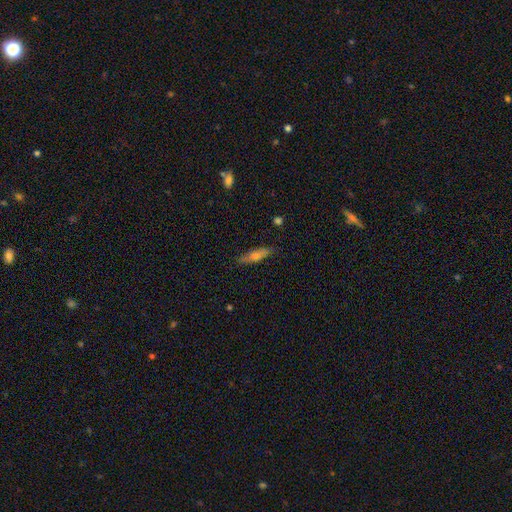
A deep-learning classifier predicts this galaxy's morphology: type=smooth (54%); roundness=cigar-shaped (71%); merging=none (85%).